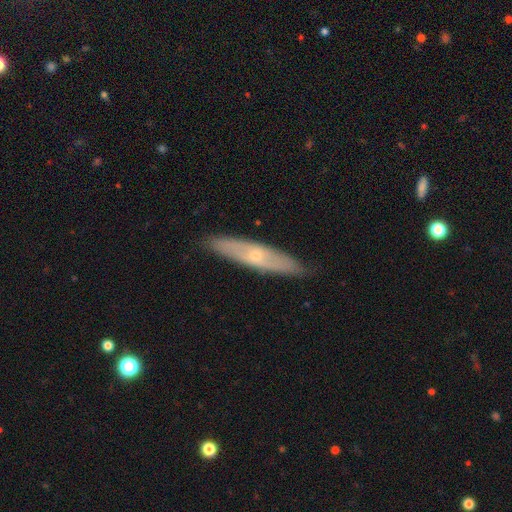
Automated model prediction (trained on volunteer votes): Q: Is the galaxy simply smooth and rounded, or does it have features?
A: featured or disk — 60%.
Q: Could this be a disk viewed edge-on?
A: yes — 60%.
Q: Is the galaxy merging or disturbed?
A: none — 87%.